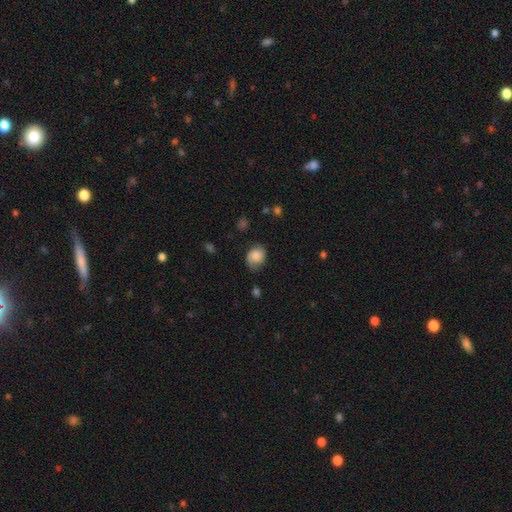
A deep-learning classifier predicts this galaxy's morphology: Smooth or featured? Predicted: smooth (p=0.74). How rounded? Predicted: round (p=0.52). Merging? Predicted: none (p=0.55).